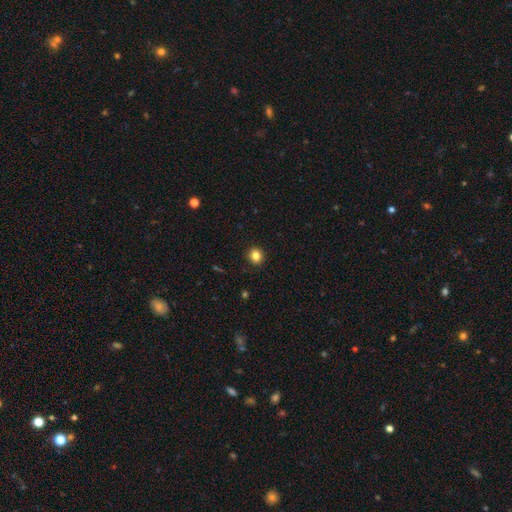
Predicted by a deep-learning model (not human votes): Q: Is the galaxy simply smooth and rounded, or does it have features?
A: smooth — 83%.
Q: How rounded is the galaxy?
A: round — 88%.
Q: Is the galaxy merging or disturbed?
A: none — 92%.